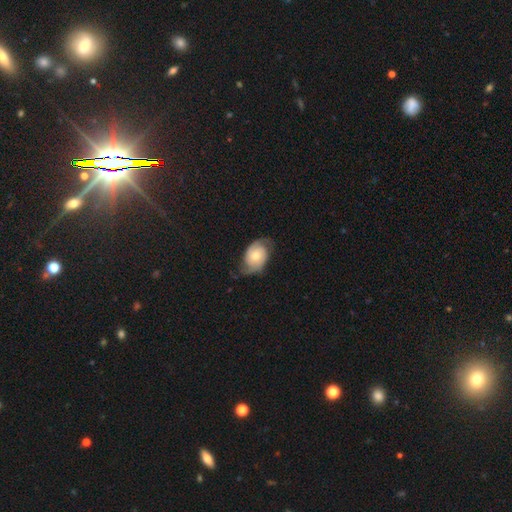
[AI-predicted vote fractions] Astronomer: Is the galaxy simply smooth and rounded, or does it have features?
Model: featured or disk — 65%.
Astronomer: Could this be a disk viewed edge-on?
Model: no — 96%.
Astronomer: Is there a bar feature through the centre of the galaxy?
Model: no — 73%.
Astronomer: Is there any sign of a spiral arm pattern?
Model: yes — 89%.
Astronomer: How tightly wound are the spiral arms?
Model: medium — 41% (runner-up: tight, 30%).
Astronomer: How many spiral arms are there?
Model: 2 — 86%.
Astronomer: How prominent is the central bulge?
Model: moderate — 58%.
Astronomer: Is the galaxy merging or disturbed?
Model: none — 66%.